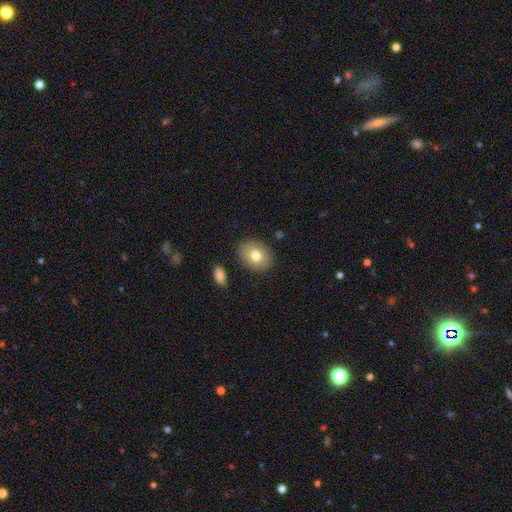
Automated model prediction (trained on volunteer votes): smooth 76%, featured or disk 16%, star or artifact 8%. Down the decision tree: how rounded — in between (63%); merging — none (86%).